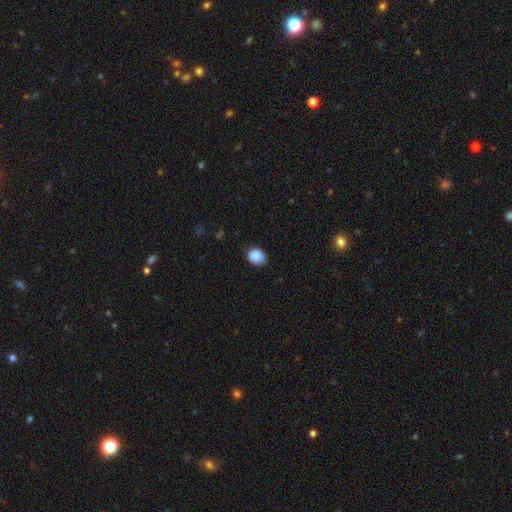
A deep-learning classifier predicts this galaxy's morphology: Smooth or featured?
  - smooth: 89% *
  - star or artifact: 8%
  - featured or disk: 3%
How rounded?
  - round: 57% *
  - in between: 42%
  - cigar-shaped: 1%
Merging?
  - none: 77% *
  - minor disturbance: 18%
  - major disturbance: 3%
  - merger: 1%